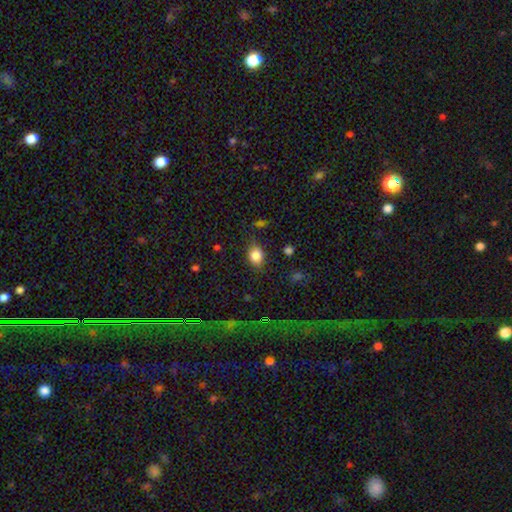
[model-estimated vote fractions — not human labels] Smooth or featured: smooth — 83% (star or artifact — 9%)
How rounded: in between — 61% (round — 38%)
Merging: none — 74% (minor disturbance — 19%)